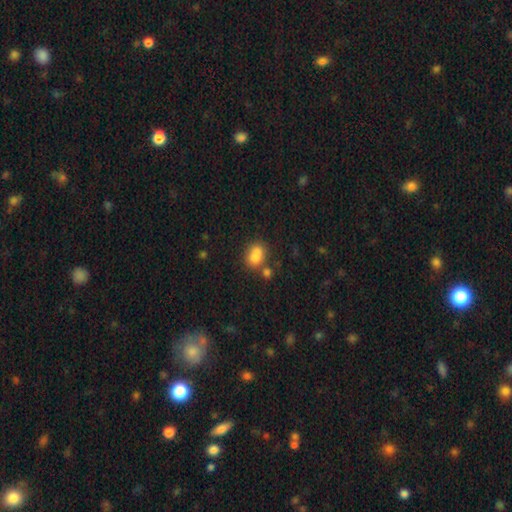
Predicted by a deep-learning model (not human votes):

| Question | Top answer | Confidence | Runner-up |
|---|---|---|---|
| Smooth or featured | smooth | 78% | featured or disk (11%) |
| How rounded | in between | 58% | round (40%) |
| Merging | none | 44% | merger (35%) |